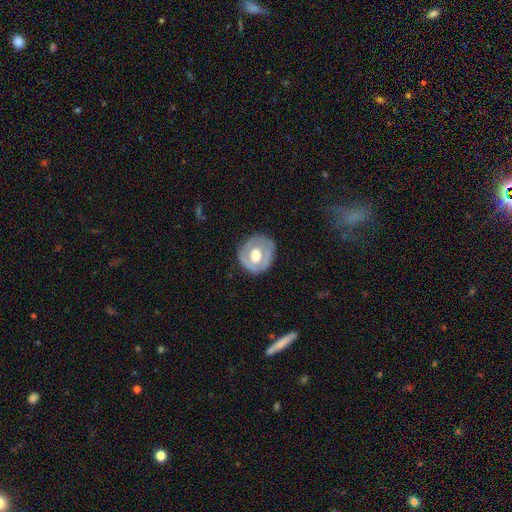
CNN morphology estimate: Smooth or featured? Predicted: featured or disk (p=0.58). Edge-on disk? Predicted: no (p=0.95). Bar? Predicted: no (p=0.71). Spiral arms? Predicted: no (p=0.66). Bulge size? Predicted: moderate (p=0.59). Merging? Predicted: none (p=0.70).